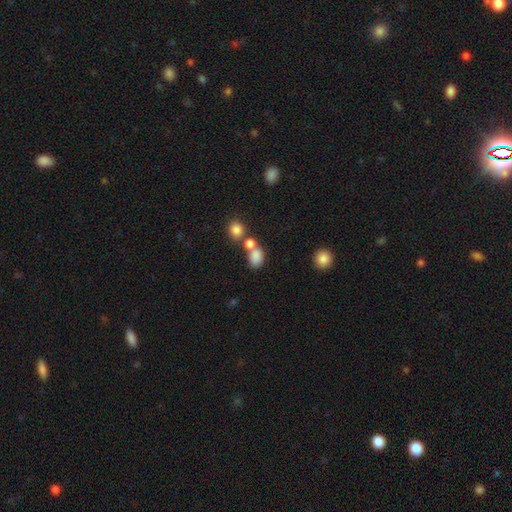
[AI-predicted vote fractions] This appears to be a smooth galaxy with no disk features (81%) that is in between round and cigar-shaped (69%). Merging: merger (42%).